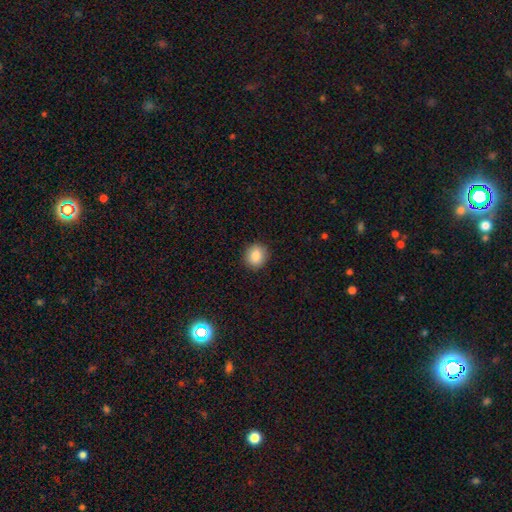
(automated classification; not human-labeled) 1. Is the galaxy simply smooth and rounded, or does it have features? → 86% smooth, 9% star or artifact, 6% featured or disk.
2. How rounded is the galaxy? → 77% round, 22% in between, 1% cigar-shaped.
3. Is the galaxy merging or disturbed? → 90% none, 7% minor disturbance, 2% major disturbance, 1% merger.